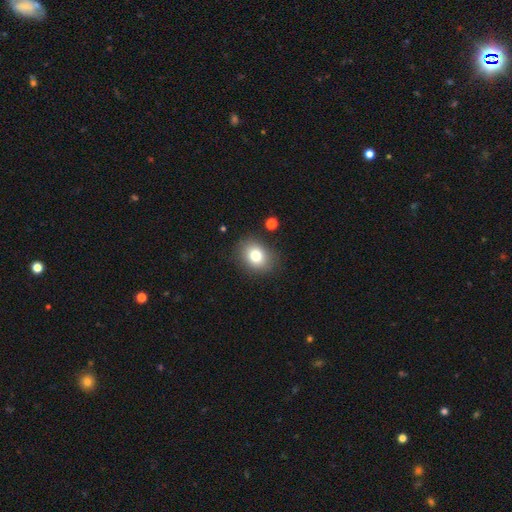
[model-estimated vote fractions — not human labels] A smooth galaxy with no disk features (78%) that is in between round and cigar-shaped (50%).

Vote fractions:
- Smooth or featured? smooth: 78% / star or artifact: 11% / featured or disk: 11%
- How rounded? in between: 50% / round: 49% / cigar-shaped: 1%
- Merging? none: 84% / minor disturbance: 10% / major disturbance: 3% / merger: 2%